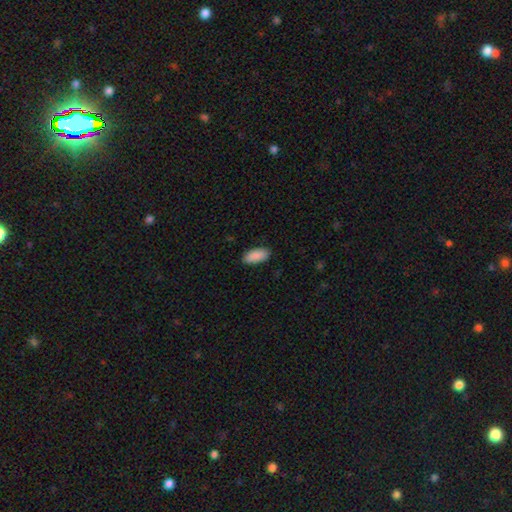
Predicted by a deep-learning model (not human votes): smooth 91%, star or artifact 6%, featured or disk 3%. Down the decision tree: how rounded — in between (91%); merging — none (87%).